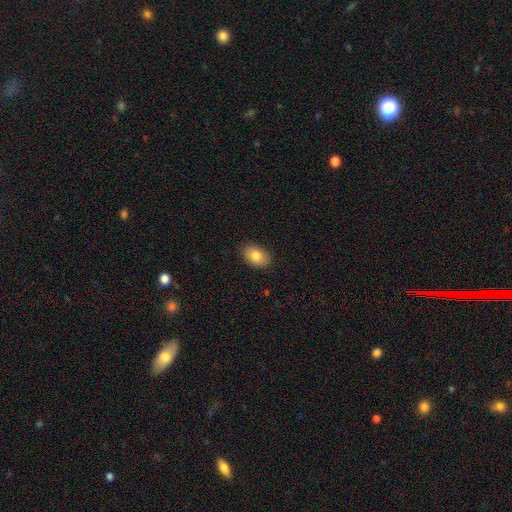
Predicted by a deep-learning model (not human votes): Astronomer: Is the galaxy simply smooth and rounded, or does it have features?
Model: smooth — 83%.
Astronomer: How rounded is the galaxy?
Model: in between — 88%.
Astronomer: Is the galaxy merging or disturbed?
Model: none — 87%.